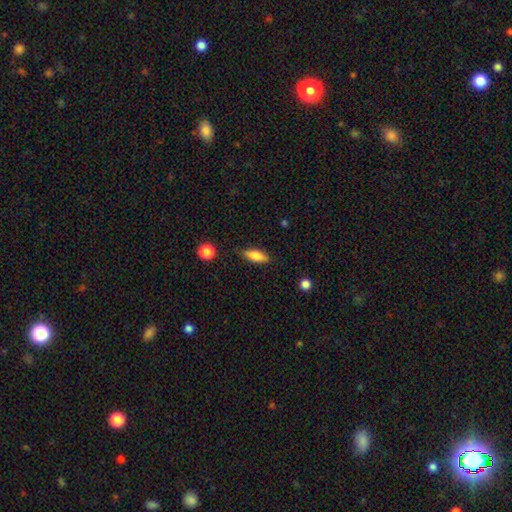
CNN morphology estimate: Smooth or featured? smooth (82%)
How rounded? in between (65%)
Merging? none (82%)